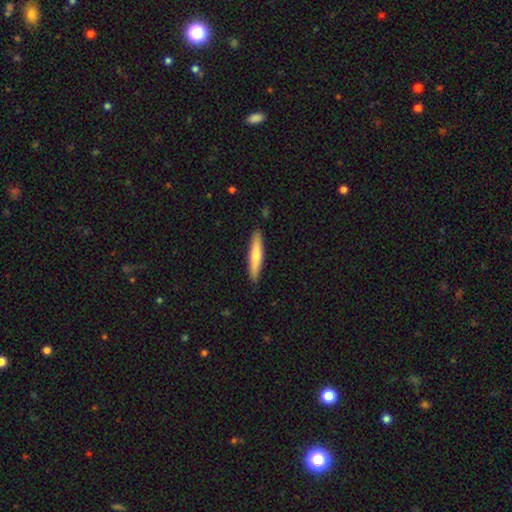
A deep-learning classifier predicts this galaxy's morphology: A smooth galaxy with no disk features (64%) that is cigar-shaped (87%). Merging: none (88%).